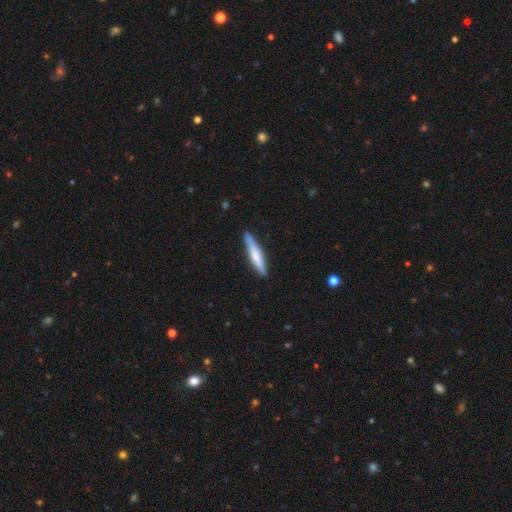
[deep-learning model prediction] smooth_or_featured: smooth (p=0.66) [alt: featured or disk p=0.28]
how_rounded: cigar-shaped (p=0.90) [alt: in between p=0.09]
merging: none (p=0.84) [alt: minor disturbance p=0.12]